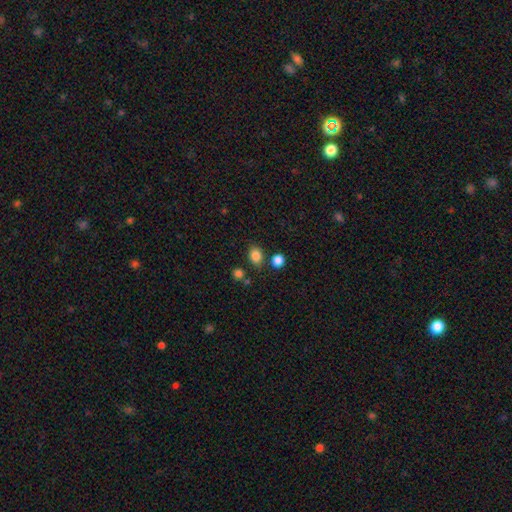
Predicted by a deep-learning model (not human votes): A smooth galaxy with no disk features (84%) that is in between round and cigar-shaped (57%). Merging: none (78%).